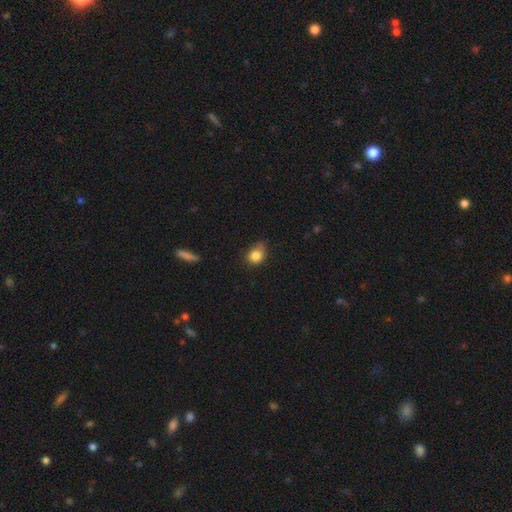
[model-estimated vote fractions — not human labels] smooth-or-featured: smooth: 82% | star or artifact: 10% | featured or disk: 8%
  how-rounded: round: 64% | in between: 35% | cigar-shaped: 1%
  merging: none: 46% | minor disturbance: 39% | major disturbance: 12% | merger: 3%